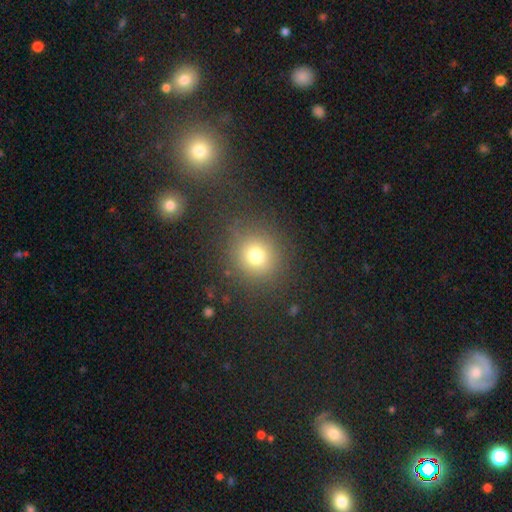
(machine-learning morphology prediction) smooth 74%, star or artifact 17%, featured or disk 9%. Down the decision tree: how rounded — round (90%); merging — none (84%).